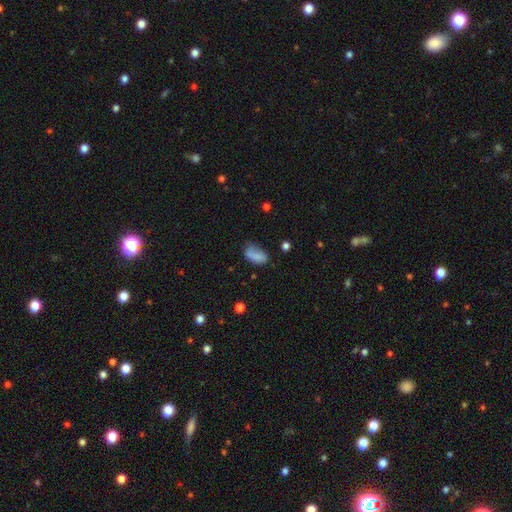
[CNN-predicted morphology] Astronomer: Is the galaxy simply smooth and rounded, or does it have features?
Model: smooth — 74%.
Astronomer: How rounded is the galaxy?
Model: in between — 91%.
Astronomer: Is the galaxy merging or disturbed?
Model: none — 38% (runner-up: minor disturbance, 32%).